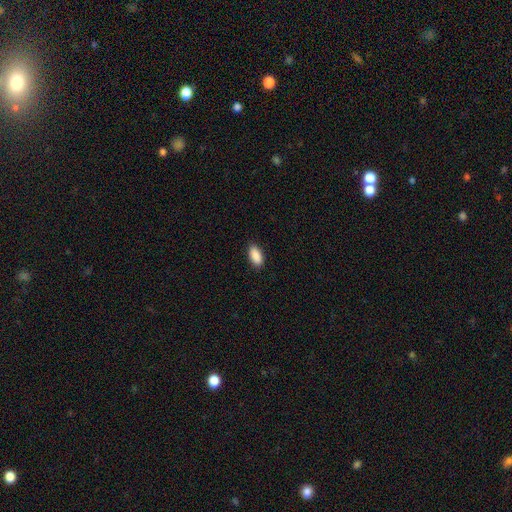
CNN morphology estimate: A smooth galaxy with no disk features (91%) that is in between round and cigar-shaped (92%).

Vote fractions:
- Smooth or featured? smooth: 91% / star or artifact: 6% / featured or disk: 3%
- How rounded? in between: 92% / cigar-shaped: 6% / round: 2%
- Merging? none: 89% / minor disturbance: 8% / major disturbance: 2% / merger: 1%